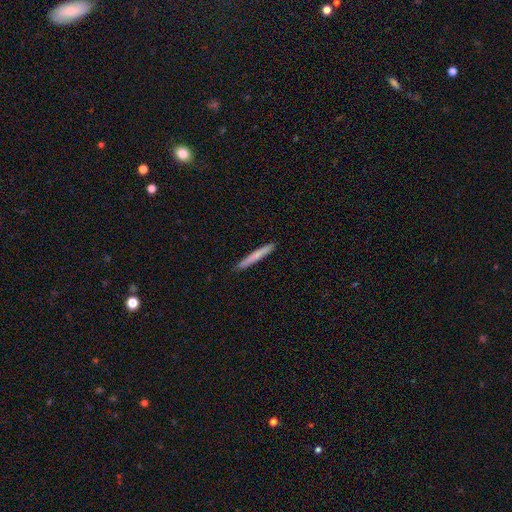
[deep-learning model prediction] A smooth galaxy with no disk features (70%) that is cigar-shaped (97%).

Vote fractions:
- Smooth or featured? smooth: 70% / featured or disk: 25% / star or artifact: 5%
- How rounded? cigar-shaped: 97% / in between: 2% / round: 1%
- Merging? none: 92% / minor disturbance: 6% / major disturbance: 1% / merger: 1%